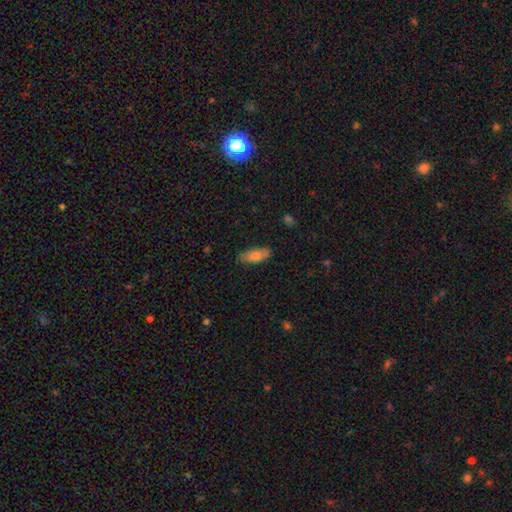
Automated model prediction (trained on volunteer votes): Smooth or featured?
  - smooth: 75% *
  - featured or disk: 19%
  - star or artifact: 6%
How rounded?
  - in between: 78% *
  - cigar-shaped: 20%
  - round: 2%
Merging?
  - none: 84% *
  - minor disturbance: 13%
  - major disturbance: 2%
  - merger: 1%